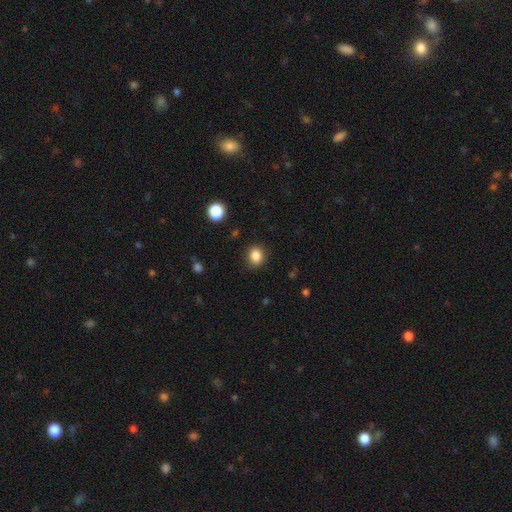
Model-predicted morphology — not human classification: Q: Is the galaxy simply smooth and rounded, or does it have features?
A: smooth — 85%.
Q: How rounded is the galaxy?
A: round — 74%.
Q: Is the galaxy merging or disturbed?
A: none — 88%.